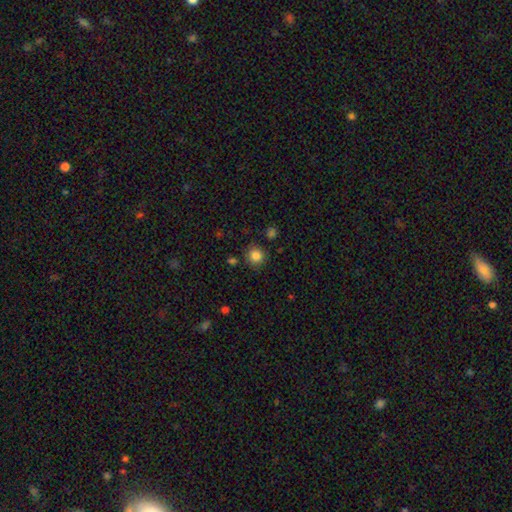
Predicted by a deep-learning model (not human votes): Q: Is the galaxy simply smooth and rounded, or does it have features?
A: smooth — 85%.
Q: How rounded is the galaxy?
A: round — 91%.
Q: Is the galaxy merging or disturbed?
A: none — 85%.